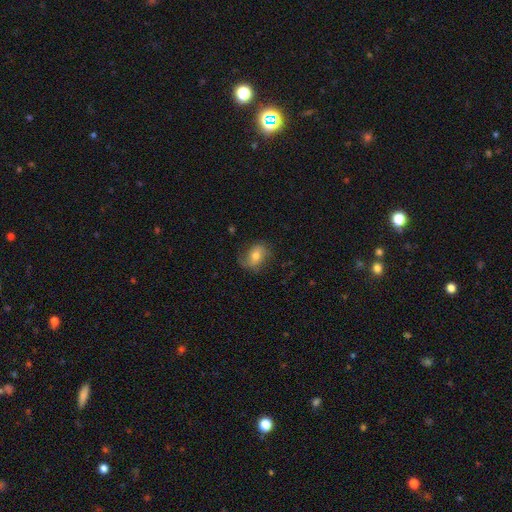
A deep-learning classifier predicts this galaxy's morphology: Overall: smooth (56%; featured or disk 34%). How rounded: in between (67%; round 31%). Merging: none (68%).